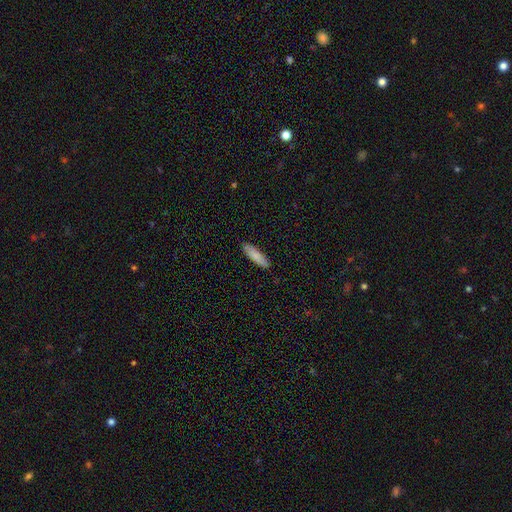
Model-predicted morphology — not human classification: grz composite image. It shows a smooth galaxy with no disk features (85%) that is cigar-shaped (67%). Merging: none (88%).